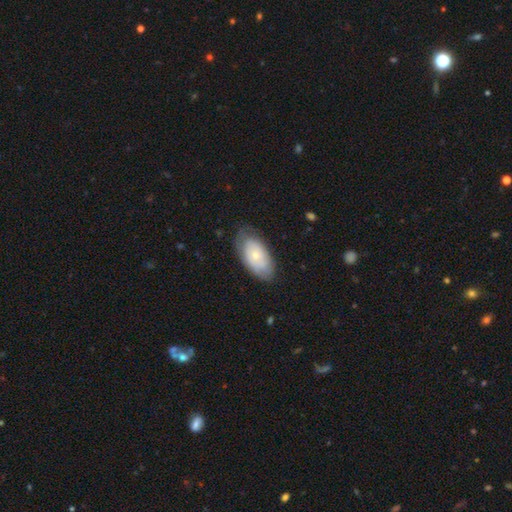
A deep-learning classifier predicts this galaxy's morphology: Smooth or featured? smooth (62%)
How rounded? in between (93%)
Merging? none (71%)